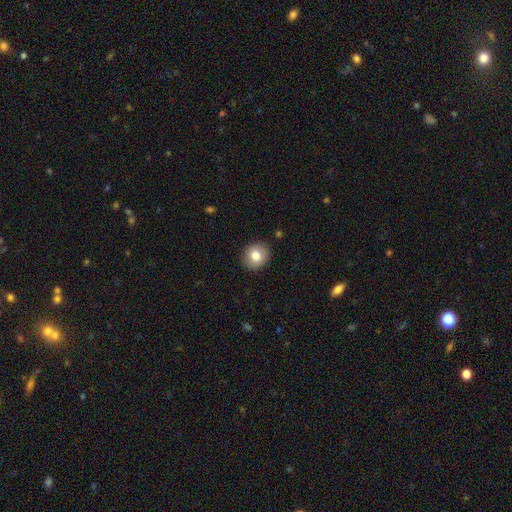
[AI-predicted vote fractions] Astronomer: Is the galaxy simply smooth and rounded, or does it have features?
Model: smooth — 81%.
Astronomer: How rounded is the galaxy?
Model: round — 79%.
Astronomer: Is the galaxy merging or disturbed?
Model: none — 91%.